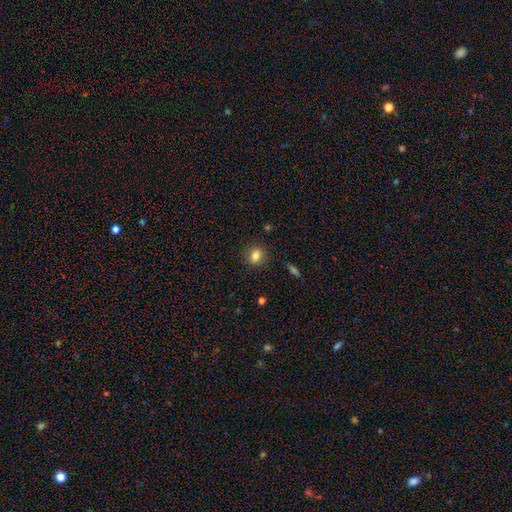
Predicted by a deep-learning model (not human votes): Morphology: type=smooth (81%); roundness=round (50%); merging=none (87%).